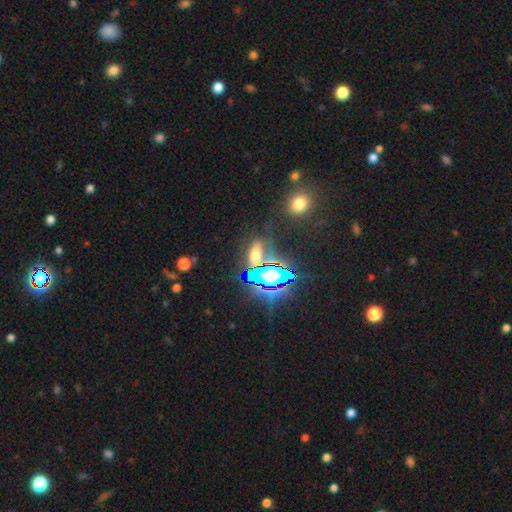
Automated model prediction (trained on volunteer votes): smooth_or_featured: star or artifact (p=0.47) [alt: smooth p=0.36]